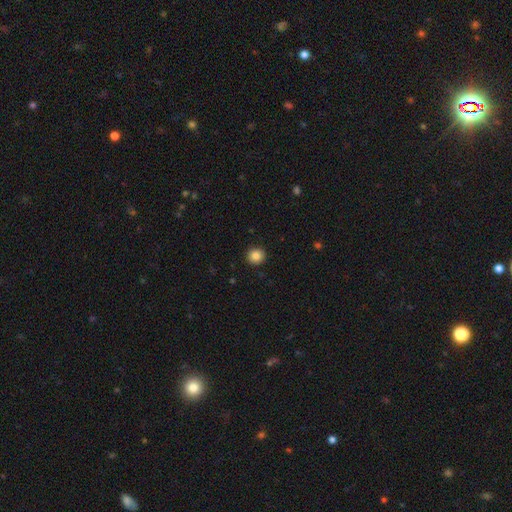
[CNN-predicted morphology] A smooth galaxy with no disk features (86%) that is round (90%).

Vote fractions:
- Smooth or featured? smooth: 86% / star or artifact: 10% / featured or disk: 4%
- How rounded? round: 90% / in between: 9% / cigar-shaped: 1%
- Merging? none: 92% / minor disturbance: 5% / major disturbance: 2% / merger: 1%